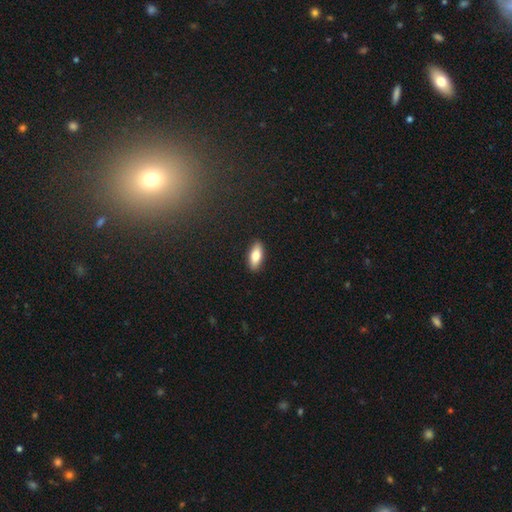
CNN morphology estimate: smooth_or_featured: smooth (p=0.77) [alt: featured or disk p=0.17]
how_rounded: in between (p=0.76) [alt: cigar-shaped p=0.22]
merging: none (p=0.90) [alt: minor disturbance p=0.07]